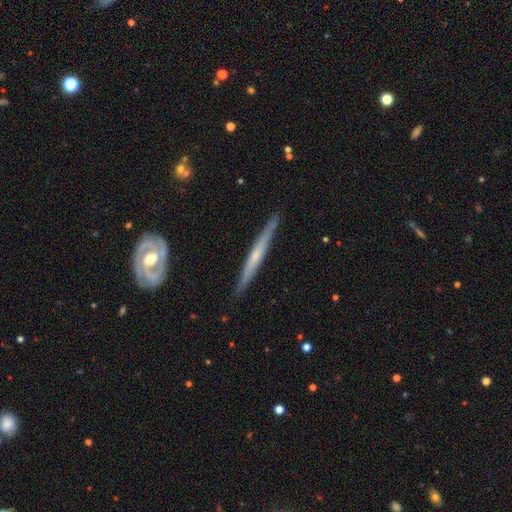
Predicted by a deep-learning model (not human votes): Smooth or featured? featured or disk (68%)
Edge-on disk? yes (94%)
Edge-on bulge? none (53%)
Merging? none (84%)